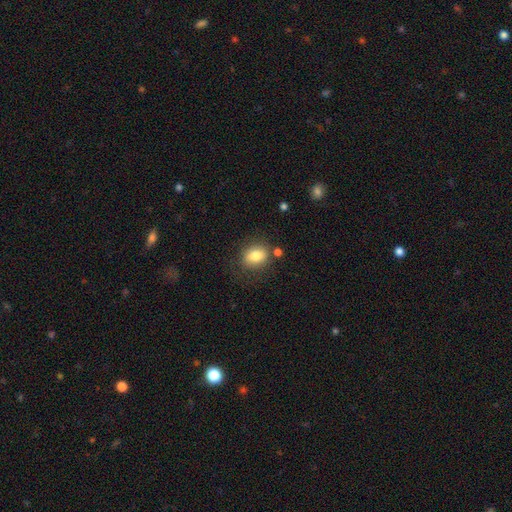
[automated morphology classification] Smooth or featured?
  - smooth: 80% *
  - featured or disk: 10%
  - star or artifact: 9%
How rounded?
  - in between: 55% *
  - round: 43%
  - cigar-shaped: 1%
Merging?
  - none: 73% *
  - minor disturbance: 15%
  - merger: 7%
  - major disturbance: 5%